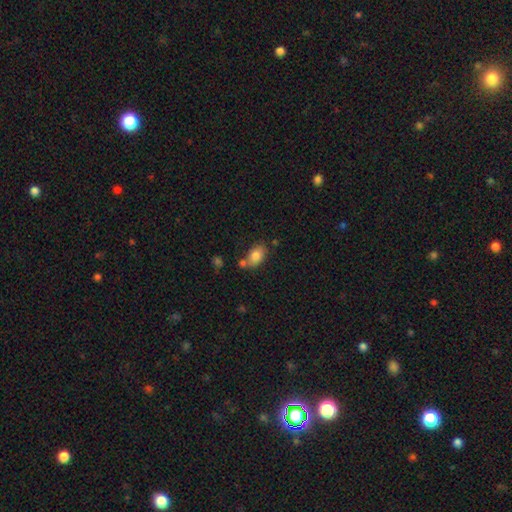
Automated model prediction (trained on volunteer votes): A smooth galaxy with no disk features (81%) that is in between round and cigar-shaped (84%).

Vote fractions:
- Smooth or featured? smooth: 81% / featured or disk: 11% / star or artifact: 9%
- How rounded? in between: 84% / round: 14% / cigar-shaped: 2%
- Merging? none: 62% / merger: 17% / minor disturbance: 17% / major disturbance: 4%